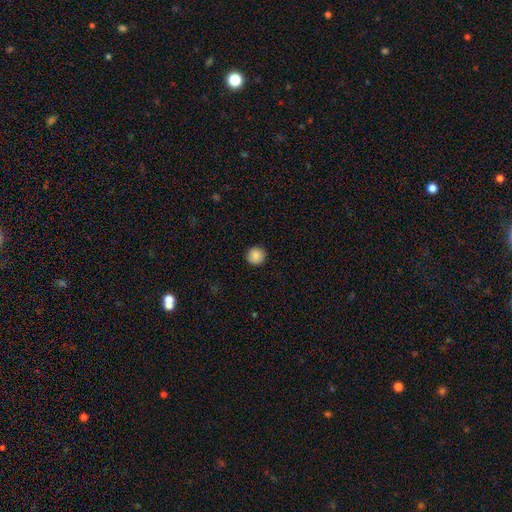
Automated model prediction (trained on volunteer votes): Smooth or featured? smooth (88%)
How rounded? round (95%)
Merging? none (92%)